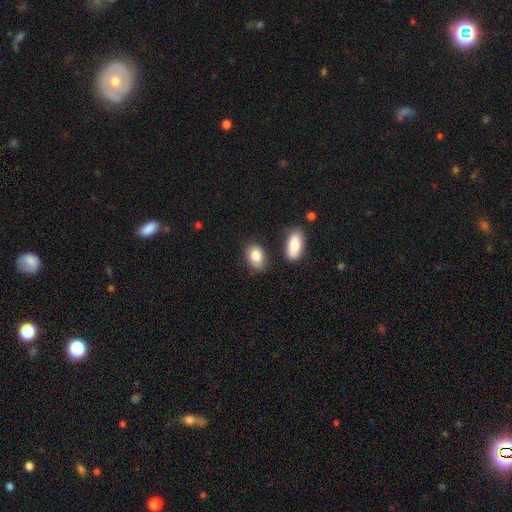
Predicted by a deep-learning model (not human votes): Smooth or featured? smooth (84%)
How rounded? in between (84%)
Merging? none (75%)